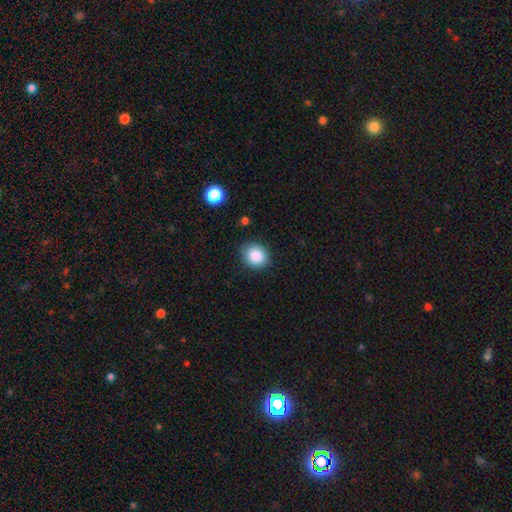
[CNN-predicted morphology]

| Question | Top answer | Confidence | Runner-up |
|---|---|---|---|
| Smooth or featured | smooth | 87% | star or artifact (9%) |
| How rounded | round | 74% | in between (25%) |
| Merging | none | 83% | minor disturbance (12%) |